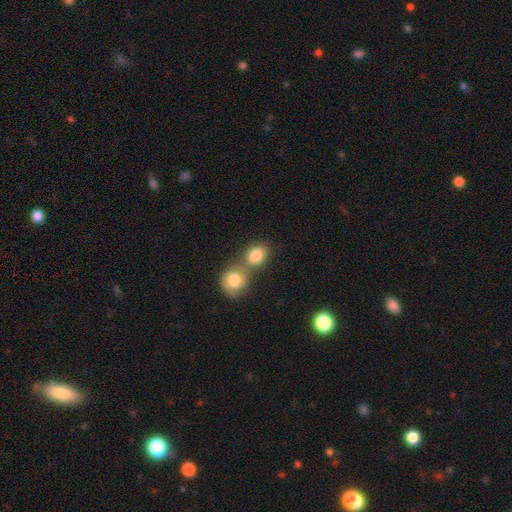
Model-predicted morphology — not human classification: smooth-or-featured: smooth: 84% | featured or disk: 8% | star or artifact: 8%
  how-rounded: round: 57% | in between: 42% | cigar-shaped: 1%
  merging: merger: 57% | none: 32% | minor disturbance: 8% | major disturbance: 4%